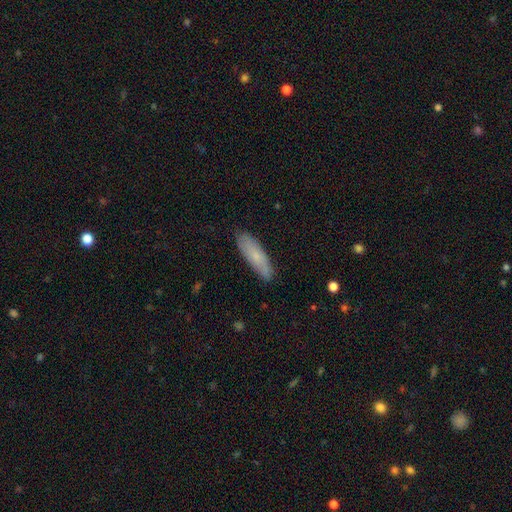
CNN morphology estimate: Smooth or featured? Predicted: smooth (p=0.70). How rounded? Predicted: cigar-shaped (p=0.56). Merging? Predicted: none (p=0.82).